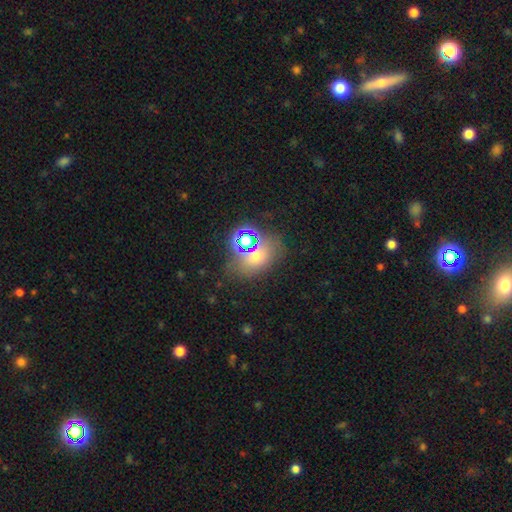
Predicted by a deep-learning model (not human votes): Smooth or featured?
  - smooth: 55% *
  - star or artifact: 32%
  - featured or disk: 13%
How rounded?
  - in between: 58% *
  - round: 40%
  - cigar-shaped: 2%
Merging?
  - none: 64% *
  - merger: 15%
  - minor disturbance: 14%
  - major disturbance: 7%